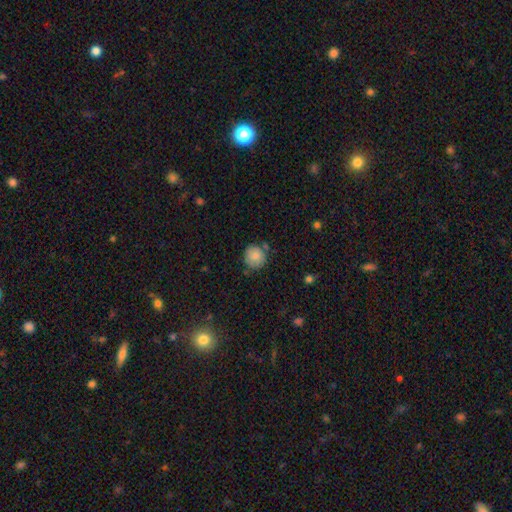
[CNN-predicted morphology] Smooth or featured: smooth — 78% (featured or disk — 14%)
How rounded: round — 90% (in between — 9%)
Merging: none — 74% (minor disturbance — 17%)